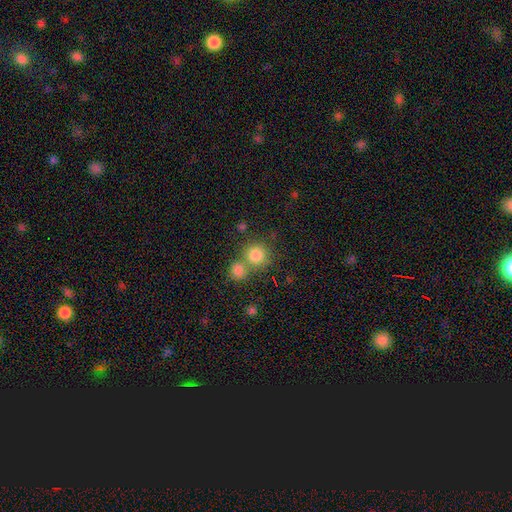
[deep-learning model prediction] Smooth or featured: smooth — 82% (star or artifact — 11%)
How rounded: round — 90% (in between — 9%)
Merging: none — 58% (merger — 32%)